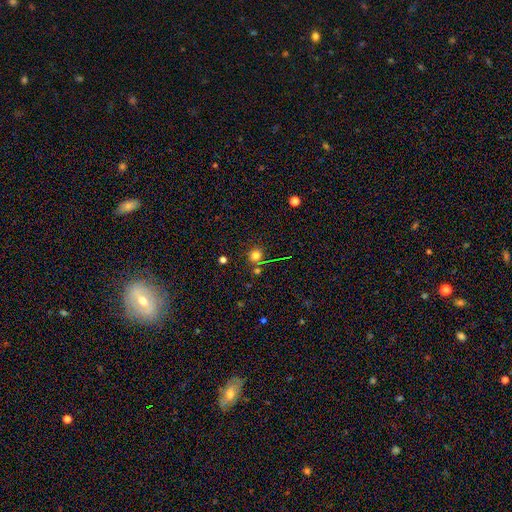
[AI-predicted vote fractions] Q: Smooth or featured?
A: smooth (74%); runner-up: star or artifact (18%)
Q: How rounded?
A: round (88%); runner-up: in between (11%)
Q: Merging?
A: none (72%); runner-up: merger (13%)